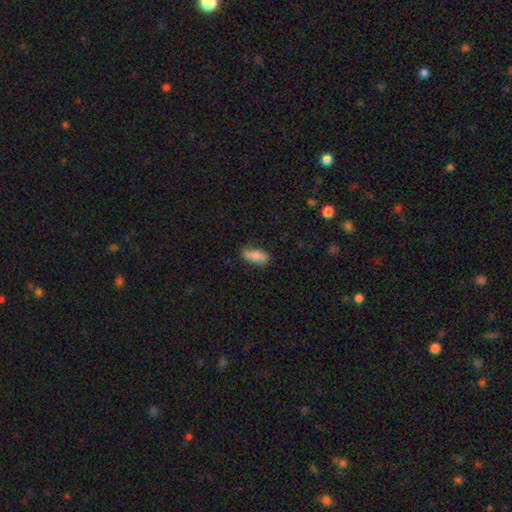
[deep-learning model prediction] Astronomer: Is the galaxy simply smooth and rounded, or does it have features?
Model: smooth — 84%.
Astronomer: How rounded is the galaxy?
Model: in between — 80%.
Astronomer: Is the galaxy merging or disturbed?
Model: none — 67%.